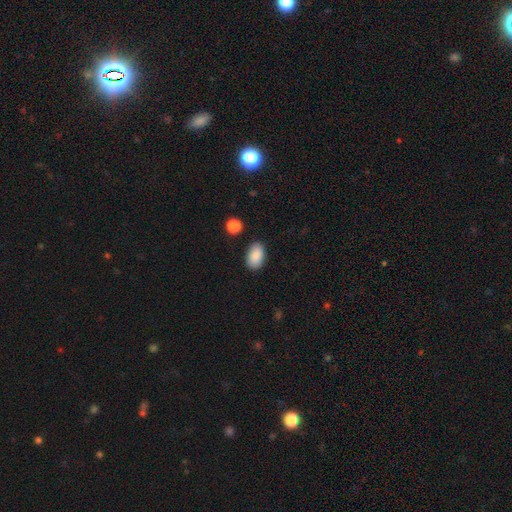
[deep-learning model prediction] Smooth or featured? smooth (89%)
How rounded? in between (91%)
Merging? none (84%)